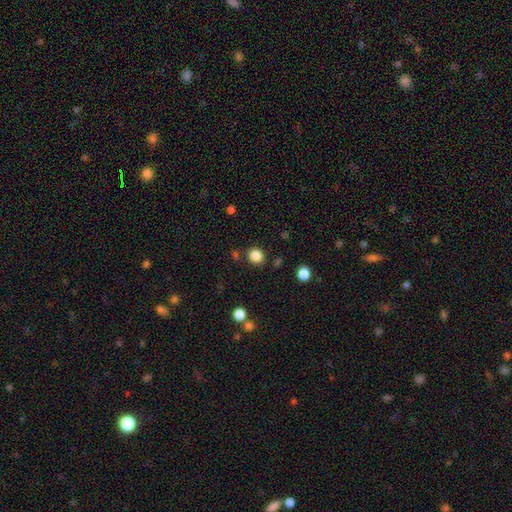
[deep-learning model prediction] smooth-or-featured: smooth: 85% | star or artifact: 12% | featured or disk: 4%
  how-rounded: round: 80% | in between: 19% | cigar-shaped: 1%
  merging: none: 84% | minor disturbance: 8% | merger: 5% | major disturbance: 3%